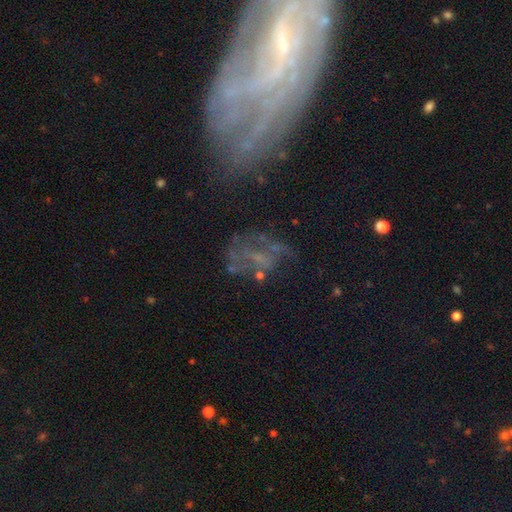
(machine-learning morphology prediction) smooth_or_featured: featured or disk (p=0.57) [alt: smooth p=0.22]
disk_edge_on: no (p=0.95) [alt: yes p=0.05]
bar: no (p=0.57) [alt: weak p=0.27]
has_spiral_arms: yes (p=0.52) [alt: no p=0.48]
bulge_size: none (p=0.52) [alt: small p=0.30]
merging: none (p=0.45) [alt: major disturbance p=0.26]